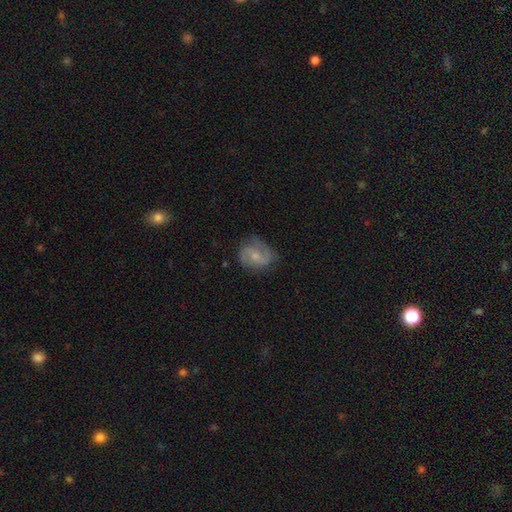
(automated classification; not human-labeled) This appears to be a featured or disk galaxy (65%) with no bar (57%), 2 (78%) medium (48%) spiral arms (91%) and a small central bulge (55%). Merging: none (70%).